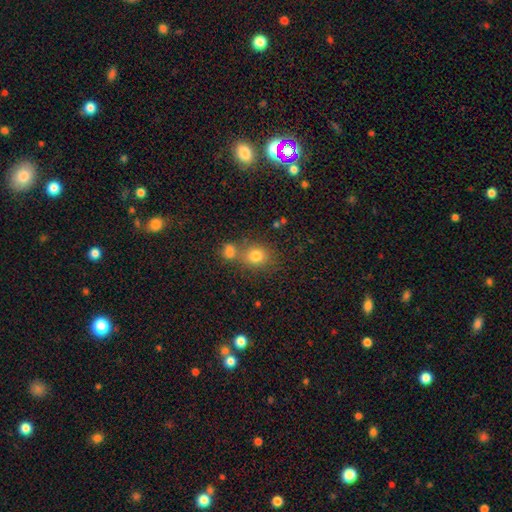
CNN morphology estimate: Smooth or featured? Predicted: smooth (p=0.79). How rounded? Predicted: round (p=0.73). Merging? Predicted: none (p=0.54).